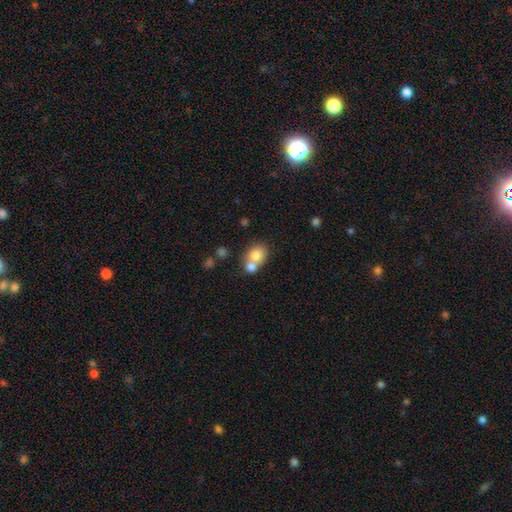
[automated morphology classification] The model was most divided on "merging": merger: 55%, none: 34%, minor disturbance: 7%, major disturbance: 3%. More confident: smooth or featured — smooth (77%); how rounded — round (61%).